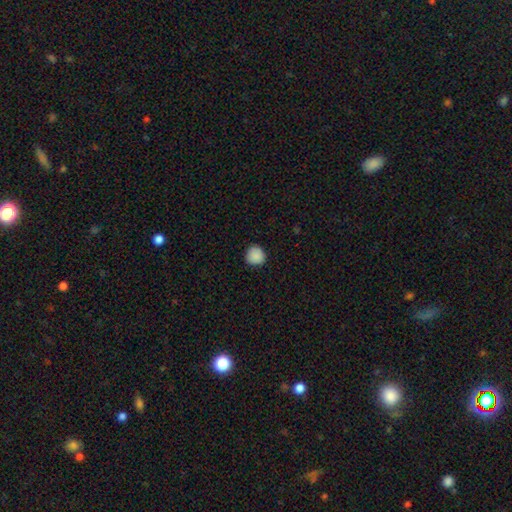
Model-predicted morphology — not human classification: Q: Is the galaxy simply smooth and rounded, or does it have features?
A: smooth — 88%.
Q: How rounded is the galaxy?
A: round — 93%.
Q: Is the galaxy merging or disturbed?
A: none — 87%.